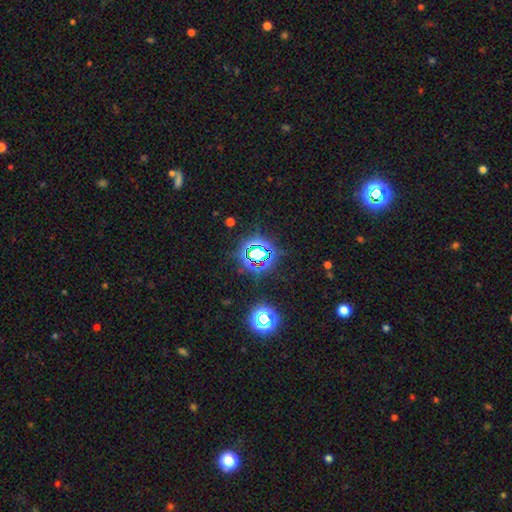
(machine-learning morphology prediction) Smooth or featured?
  - star or artifact: 73% *
  - smooth: 17%
  - featured or disk: 10%